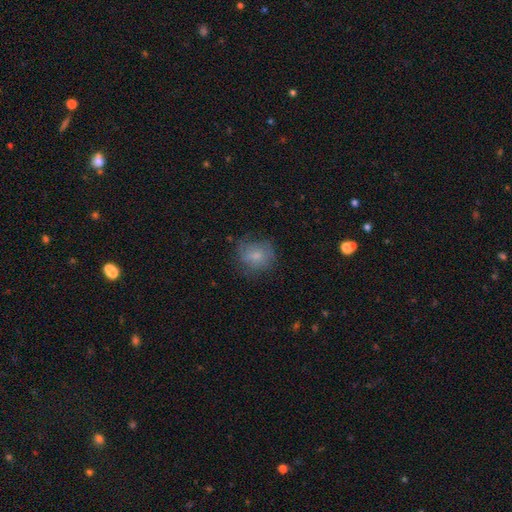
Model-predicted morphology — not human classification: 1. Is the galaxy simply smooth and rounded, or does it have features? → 65% smooth, 25% featured or disk, 9% star or artifact.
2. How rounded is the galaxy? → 76% round, 23% in between, 1% cigar-shaped.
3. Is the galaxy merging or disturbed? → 64% none, 24% minor disturbance, 11% major disturbance, 1% merger.